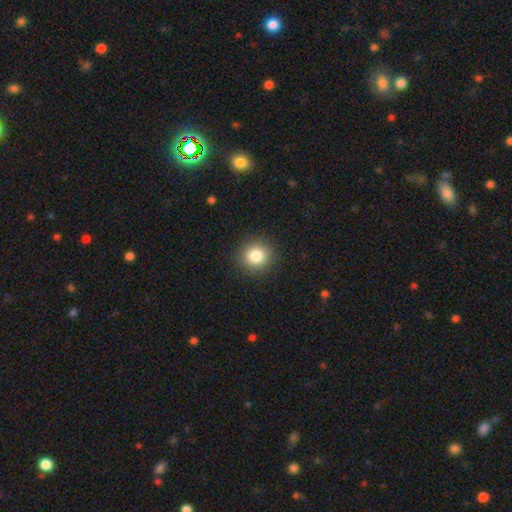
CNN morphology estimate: smooth 83%, star or artifact 11%, featured or disk 6%. Down the decision tree: how rounded — round (88%); merging — none (91%).